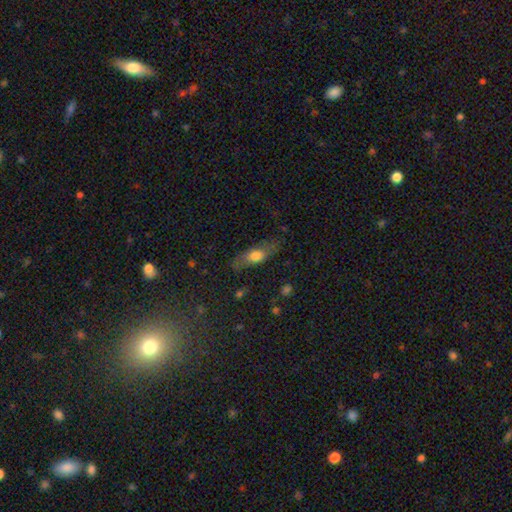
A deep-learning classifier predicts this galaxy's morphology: This appears to be a smooth galaxy with no disk features (63%) that is in between round and cigar-shaped (58%). Merging: none (74%).